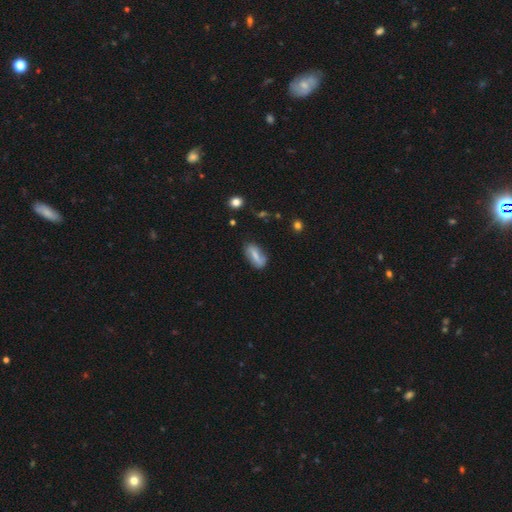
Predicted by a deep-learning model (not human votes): Smooth or featured? smooth (55%)
How rounded? in between (82%)
Merging? none (68%)